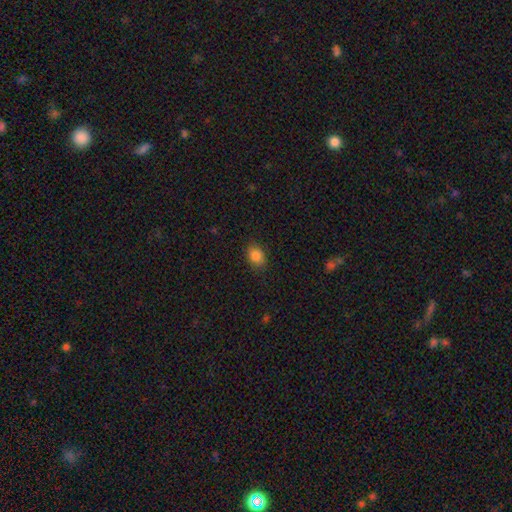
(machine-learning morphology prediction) type=smooth (85%); roundness=in between (65%); merging=none (84%).